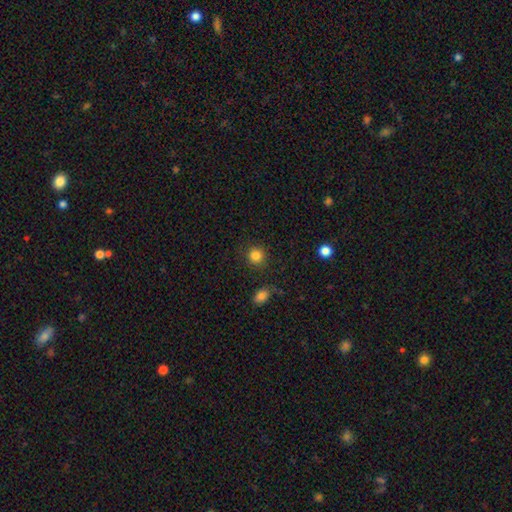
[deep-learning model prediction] Smooth or featured? Predicted: smooth (p=0.85). How rounded? Predicted: round (p=0.90). Merging? Predicted: none (p=0.88).